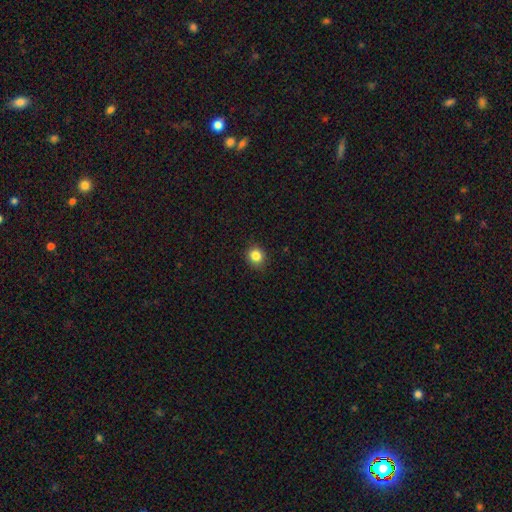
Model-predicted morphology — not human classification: A smooth galaxy with no disk features (84%) that is round (81%).

Vote fractions:
- Smooth or featured? smooth: 84% / star or artifact: 11% / featured or disk: 5%
- How rounded? round: 81% / in between: 18% / cigar-shaped: 1%
- Merging? none: 87% / minor disturbance: 10% / major disturbance: 2% / merger: 1%